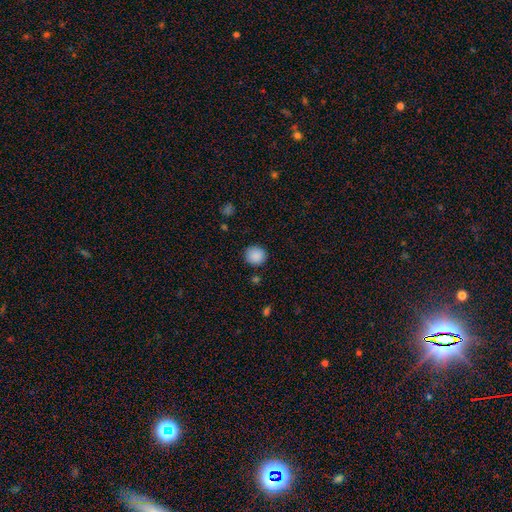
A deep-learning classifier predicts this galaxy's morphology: smooth_or_featured: smooth (p=0.88) [alt: star or artifact p=0.09]
how_rounded: round (p=0.88) [alt: in between p=0.11]
merging: none (p=0.87) [alt: minor disturbance p=0.08]